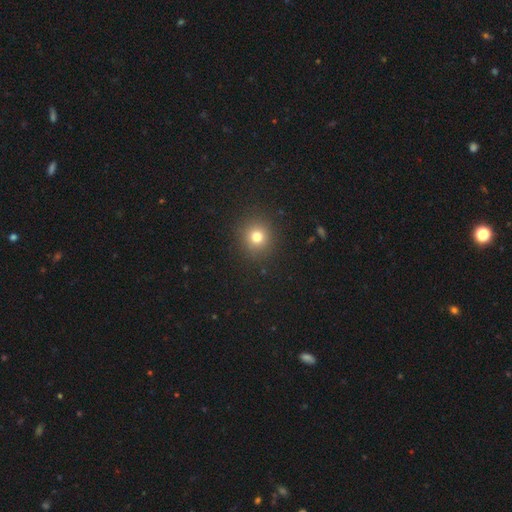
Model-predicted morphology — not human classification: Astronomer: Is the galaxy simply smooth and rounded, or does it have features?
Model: smooth — 65%.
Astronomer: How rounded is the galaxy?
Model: round — 92%.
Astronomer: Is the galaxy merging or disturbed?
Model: none — 92%.